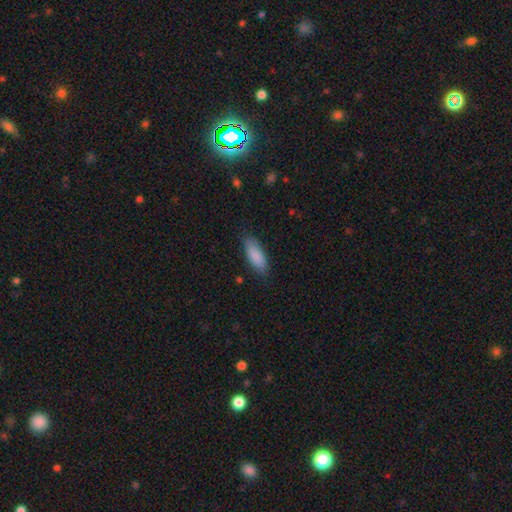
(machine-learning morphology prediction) This is clearly a smooth galaxy (88%). How rounded: likely in between (71%). Merging: clearly none (82%).